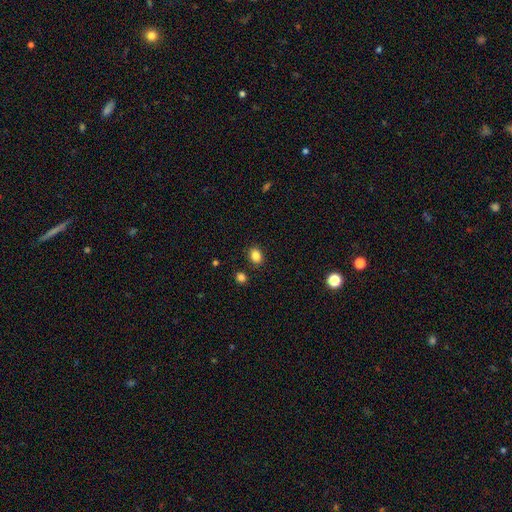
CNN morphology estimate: A smooth galaxy with no disk features (85%) that is in between round and cigar-shaped (61%).

Vote fractions:
- Smooth or featured? smooth: 85% / star or artifact: 11% / featured or disk: 5%
- How rounded? in between: 61% / round: 38% / cigar-shaped: 1%
- Merging? none: 87% / minor disturbance: 8% / merger: 3% / major disturbance: 2%